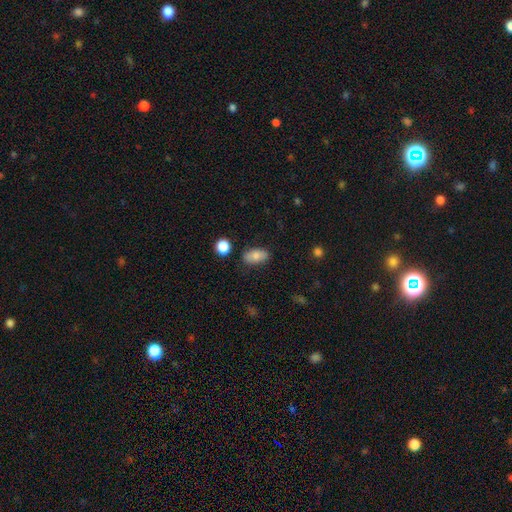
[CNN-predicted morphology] A smooth galaxy with no disk features (80%) that is in between round and cigar-shaped (91%). Merging: none (82%).